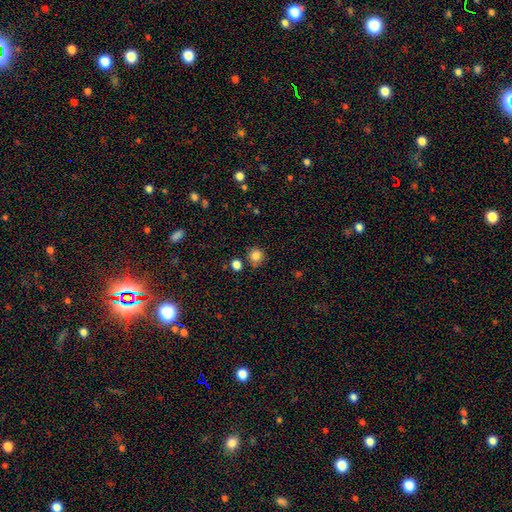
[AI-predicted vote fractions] Smooth or featured: smooth — 83% (star or artifact — 12%)
How rounded: round — 91% (in between — 8%)
Merging: none — 80% (minor disturbance — 11%)